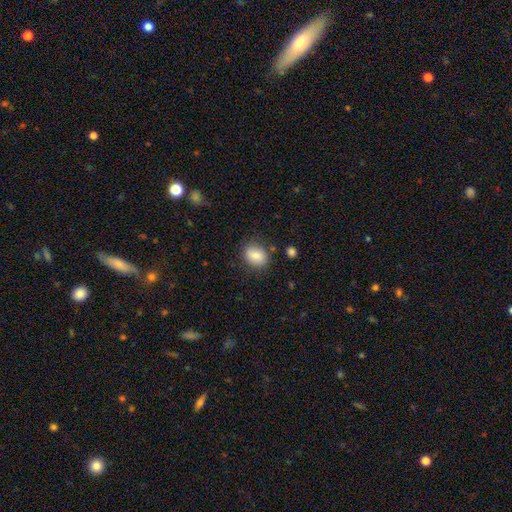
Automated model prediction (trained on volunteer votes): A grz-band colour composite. It shows a smooth galaxy with no disk features (84%) that is in between round and cigar-shaped (60%). Merging: none (80%).